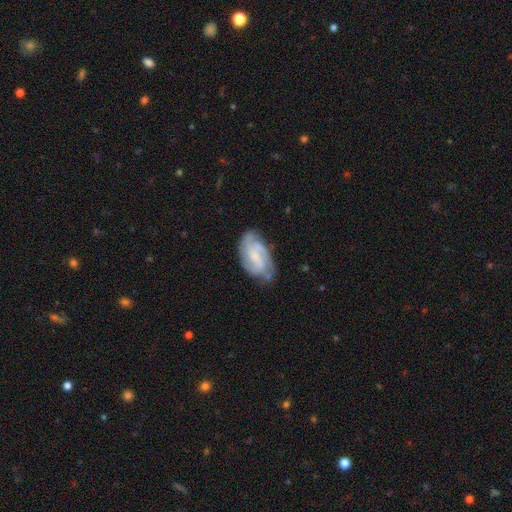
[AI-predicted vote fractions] Q: Smooth or featured?
A: featured or disk (71%); runner-up: smooth (22%)
Q: Edge-on disk?
A: no (96%); runner-up: yes (4%)
Q: Bar?
A: weak (48%); runner-up: no (35%)
Q: Spiral arms?
A: yes (91%); runner-up: no (9%)
Q: Spiral winding?
A: medium (44%); runner-up: tight (39%)
Q: Spiral arm count?
A: 2 (35%); runner-up: 3 (29%)
Q: Bulge size?
A: small (44%); runner-up: none (26%)
Q: Merging?
A: none (63%); runner-up: minor disturbance (26%)